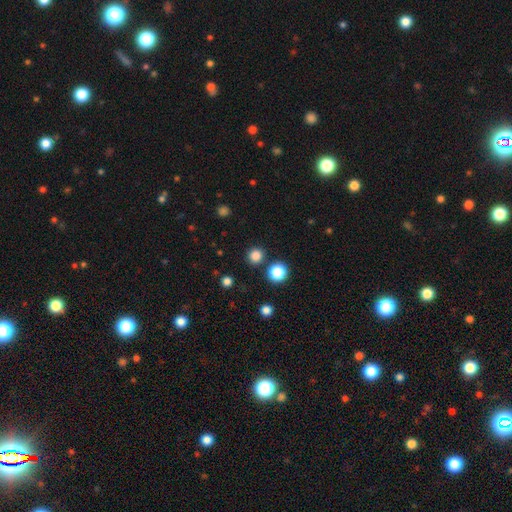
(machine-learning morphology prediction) Smooth or featured?
  - smooth: 83% *
  - star or artifact: 14%
  - featured or disk: 3%
How rounded?
  - round: 93% *
  - in between: 6%
  - cigar-shaped: 1%
Merging?
  - none: 87% *
  - minor disturbance: 6%
  - merger: 5%
  - major disturbance: 2%